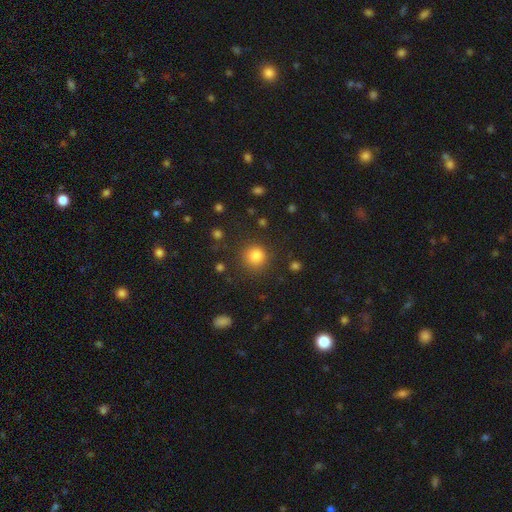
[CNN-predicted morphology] The model was most divided on "smooth or featured": smooth: 83%, star or artifact: 12%, featured or disk: 5%. More confident: how rounded — round (93%); merging — none (87%).